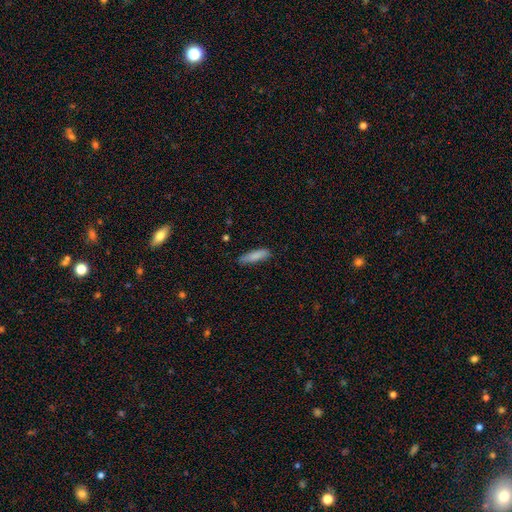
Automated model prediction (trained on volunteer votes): Q: Smooth or featured?
A: smooth (85%); runner-up: featured or disk (9%)
Q: How rounded?
A: cigar-shaped (70%); runner-up: in between (28%)
Q: Merging?
A: none (82%); runner-up: minor disturbance (14%)